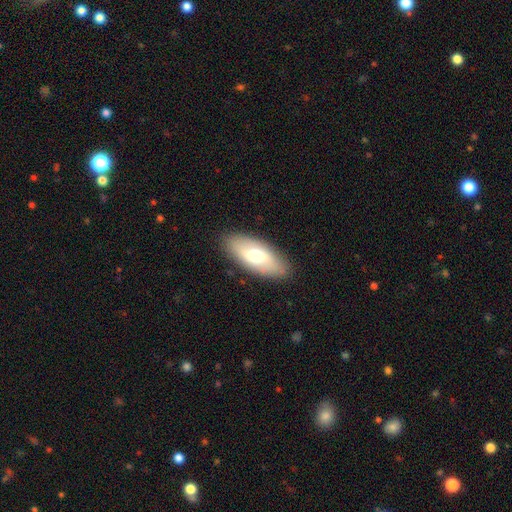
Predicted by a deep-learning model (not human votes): This is possibly a smooth galaxy (56%). How rounded: clearly in between (84%). Merging: clearly none (87%).